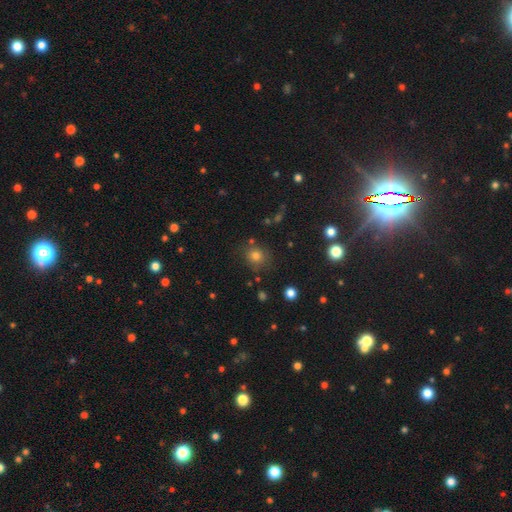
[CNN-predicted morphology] smooth_or_featured: smooth (p=0.76) [alt: star or artifact p=0.17]
how_rounded: round (p=0.82) [alt: in between p=0.17]
merging: none (p=0.79) [alt: minor disturbance p=0.12]